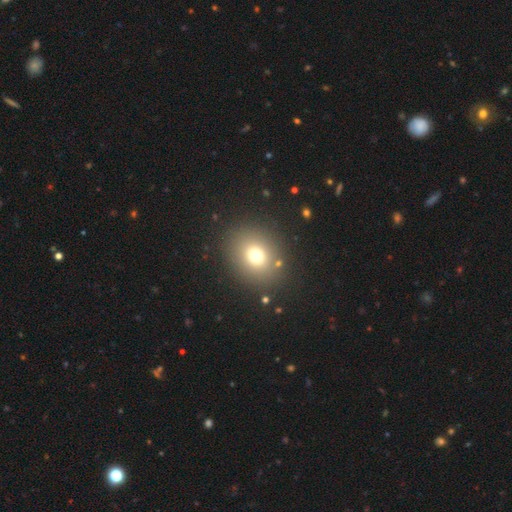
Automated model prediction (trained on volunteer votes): This is likely a smooth galaxy (71%). How rounded: likely round (70%). Merging: clearly none (86%).